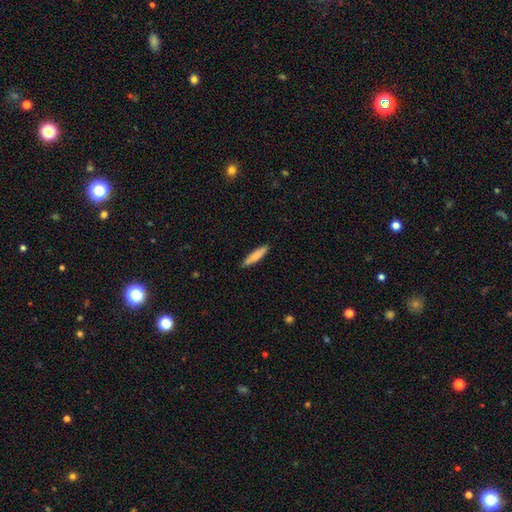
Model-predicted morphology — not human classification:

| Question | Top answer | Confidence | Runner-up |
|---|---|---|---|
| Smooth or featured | smooth | 81% | featured or disk (13%) |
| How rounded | cigar-shaped | 83% | in between (16%) |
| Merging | none | 86% | minor disturbance (11%) |